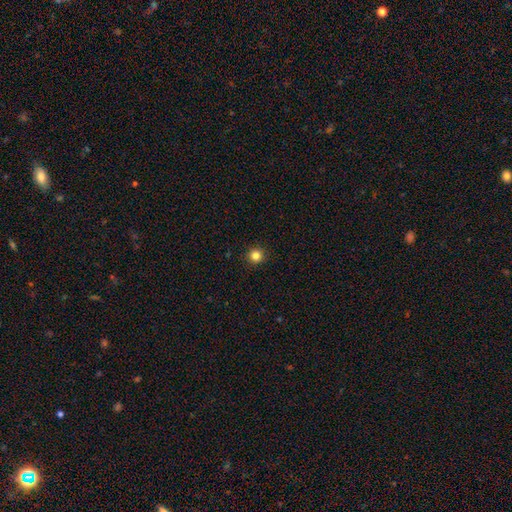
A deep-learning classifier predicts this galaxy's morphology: type=smooth (83%); roundness=round (95%); merging=none (93%).